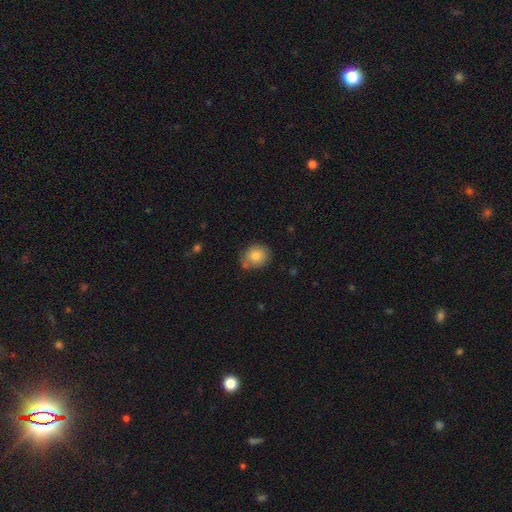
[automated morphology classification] This appears to be a smooth galaxy with no disk features (79%) that is round (62%). Merging: none (72%).